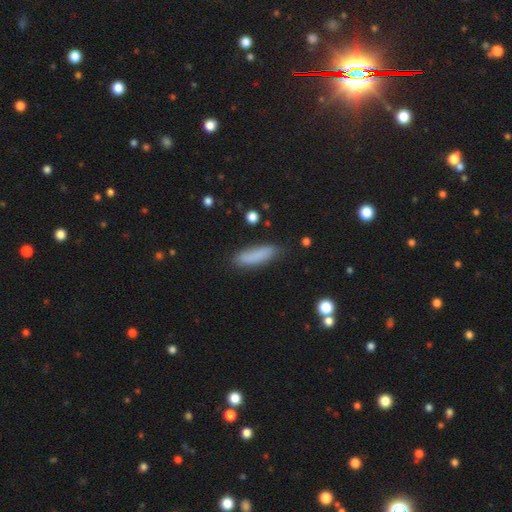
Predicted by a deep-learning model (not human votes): smooth 82%, featured or disk 10%, star or artifact 8%. Down the decision tree: how rounded — cigar-shaped (64%); merging — none (77%).